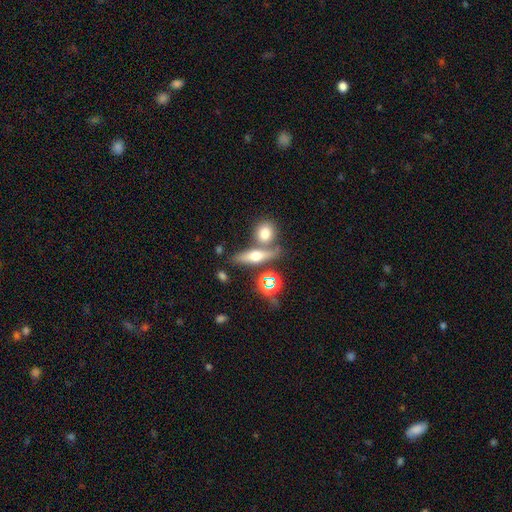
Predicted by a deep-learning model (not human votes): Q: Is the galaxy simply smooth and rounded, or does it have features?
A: smooth — 47%.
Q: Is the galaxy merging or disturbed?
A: none — 62%.